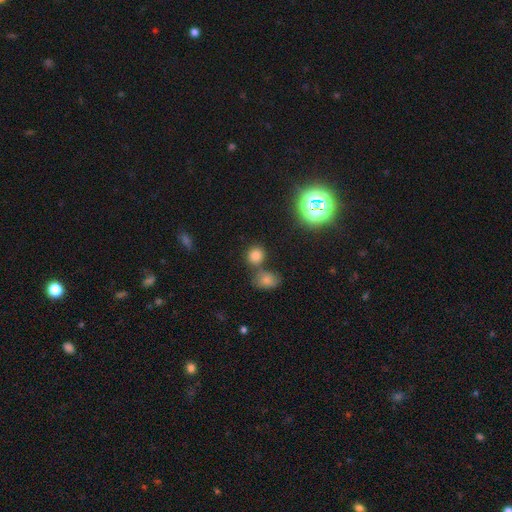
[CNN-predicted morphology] A smooth galaxy with no disk features (76%) that is round (79%). Merging: none (63%).